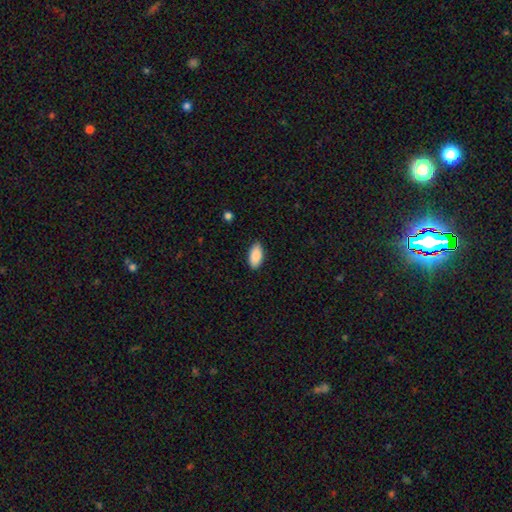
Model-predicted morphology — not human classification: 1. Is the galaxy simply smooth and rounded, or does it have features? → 90% smooth, 6% star or artifact, 4% featured or disk.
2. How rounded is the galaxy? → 93% in between, 5% cigar-shaped, 2% round.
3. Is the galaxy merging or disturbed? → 88% none, 9% minor disturbance, 2% major disturbance, 1% merger.